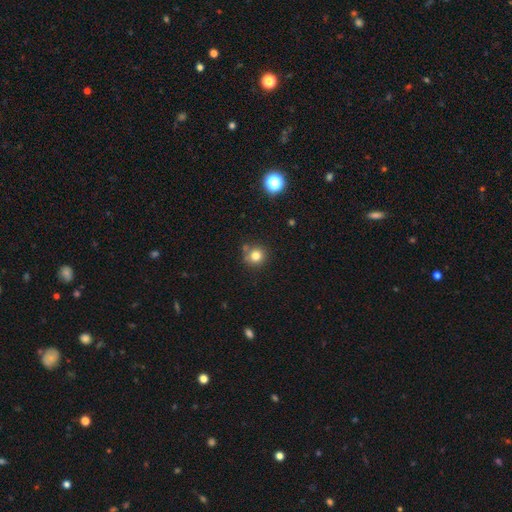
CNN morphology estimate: This is likely a smooth galaxy (79%). How rounded: clearly round (91%). Merging: likely none (76%).